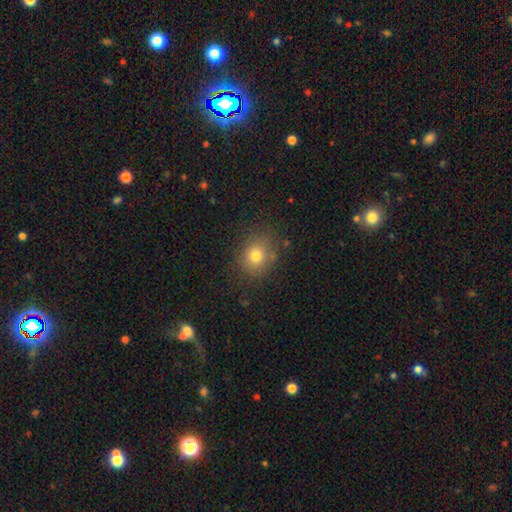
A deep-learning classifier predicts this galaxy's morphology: A smooth galaxy with no disk features (76%) that is round (73%).

Vote fractions:
- Smooth or featured? smooth: 76% / star or artifact: 14% / featured or disk: 10%
- How rounded? round: 73% / in between: 26% / cigar-shaped: 1%
- Merging? none: 80% / minor disturbance: 13% / major disturbance: 5% / merger: 2%